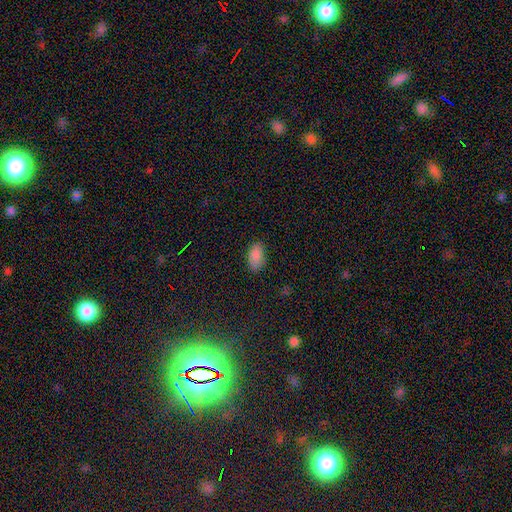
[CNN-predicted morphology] Smooth or featured? Predicted: smooth (p=0.87). How rounded? Predicted: in between (p=0.94). Merging? Predicted: none (p=0.83).